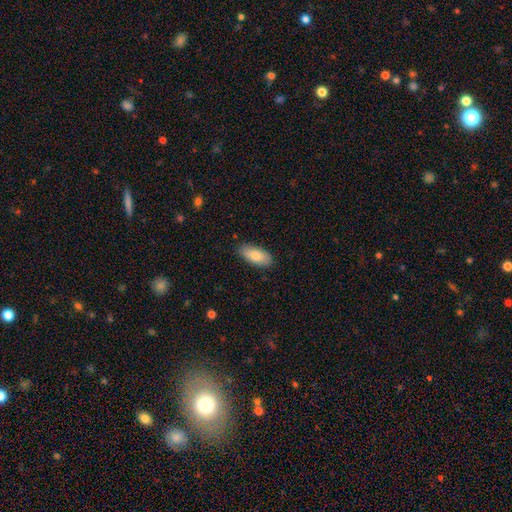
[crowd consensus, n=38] Overall: smooth (84%). How rounded: in between (91%). Merging: none (84%).